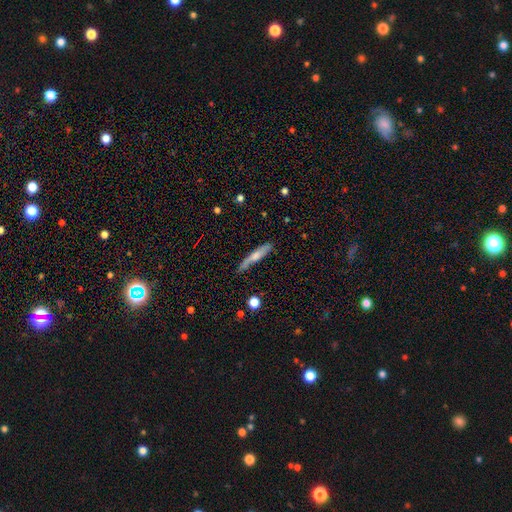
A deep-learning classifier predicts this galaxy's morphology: Overall: smooth (59%; featured or disk 35%). How rounded: cigar-shaped (89%). Merging: none (65%; minor disturbance 25%).